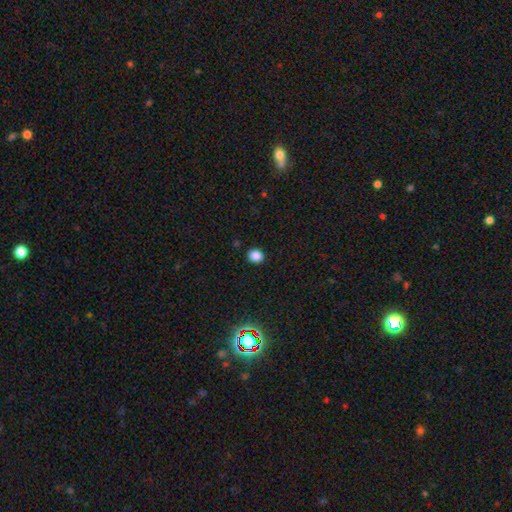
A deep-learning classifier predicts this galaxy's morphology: This appears to be a smooth galaxy with no disk features (85%) that is round (74%). Merging: none (91%).